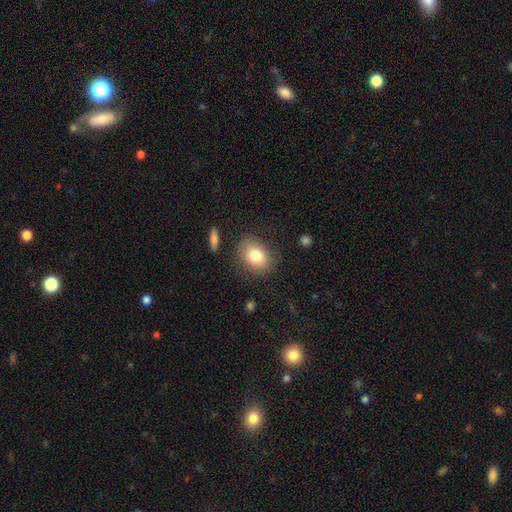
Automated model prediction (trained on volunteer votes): Q: Smooth or featured?
A: smooth (80%); runner-up: featured or disk (11%)
Q: How rounded?
A: in between (61%); runner-up: round (37%)
Q: Merging?
A: none (82%); runner-up: minor disturbance (11%)